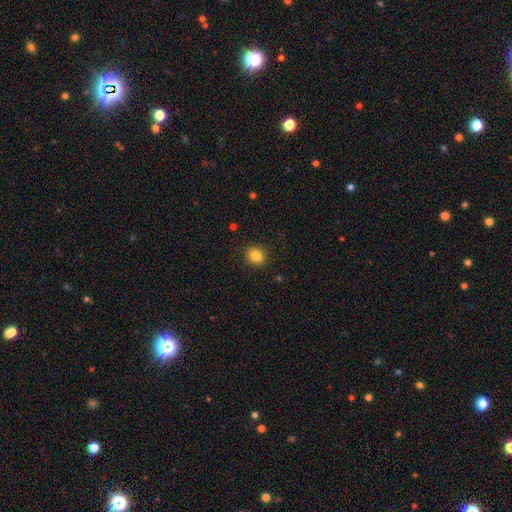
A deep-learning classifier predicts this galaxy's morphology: The model was most divided on "how rounded": round: 74%, in between: 25%, cigar-shaped: 1%. More confident: merging — none (90%); smooth or featured — smooth (83%).